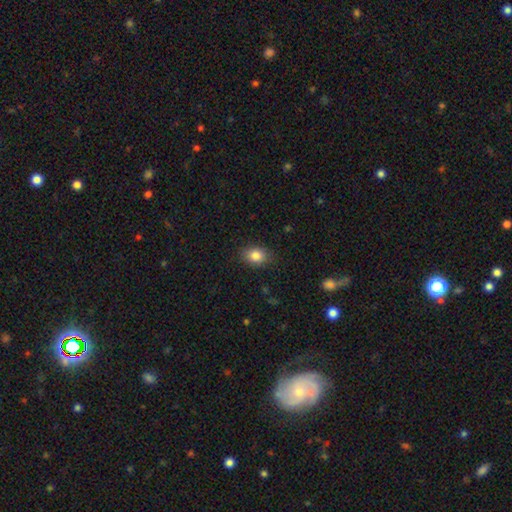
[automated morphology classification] Smooth or featured?
  - smooth: 84% *
  - star or artifact: 9%
  - featured or disk: 7%
How rounded?
  - in between: 64% *
  - round: 34%
  - cigar-shaped: 1%
Merging?
  - none: 85% *
  - minor disturbance: 11%
  - major disturbance: 3%
  - merger: 1%